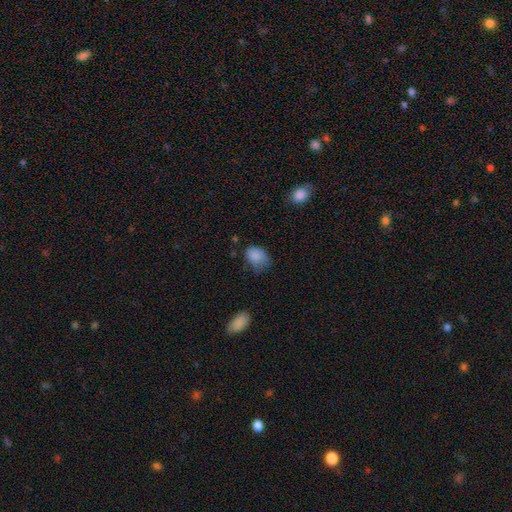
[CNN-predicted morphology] The model was most divided on "merging": minor disturbance: 41%, none: 40%, major disturbance: 16%, merger: 2%. More confident: smooth or featured — smooth (84%); how rounded — in between (69%).